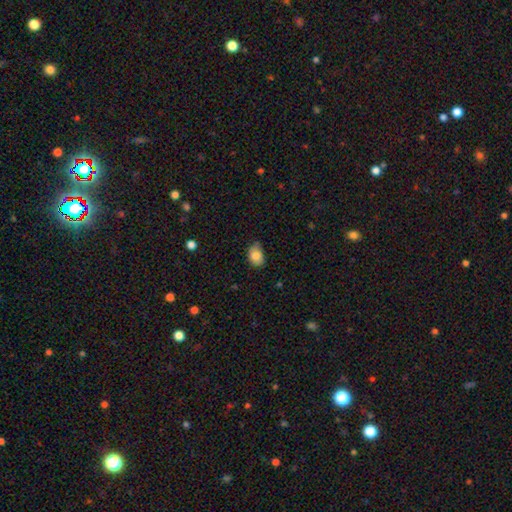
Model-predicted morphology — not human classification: The model was most divided on "merging": none: 63%, minor disturbance: 31%, major disturbance: 4%, merger: 2%. More confident: smooth or featured — smooth (83%); how rounded — in between (75%).